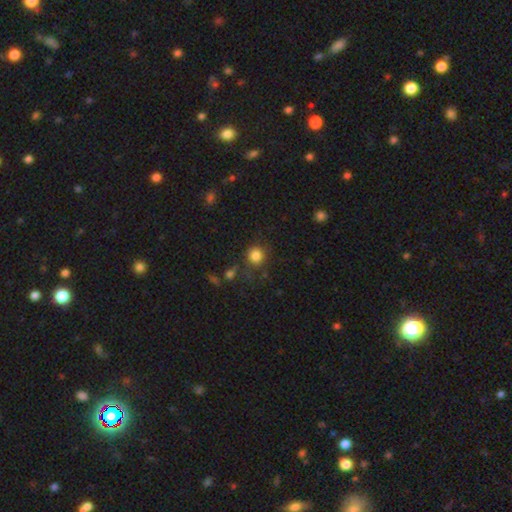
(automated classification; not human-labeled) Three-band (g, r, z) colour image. It shows a smooth galaxy with no disk features (83%) that is round (89%). Merging: none (77%).